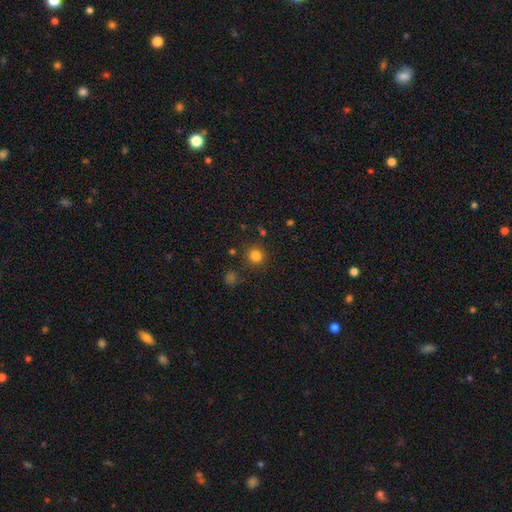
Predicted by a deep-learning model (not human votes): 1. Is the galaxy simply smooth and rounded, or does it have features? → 82% smooth, 14% star or artifact, 5% featured or disk.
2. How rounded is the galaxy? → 91% round, 8% in between, 1% cigar-shaped.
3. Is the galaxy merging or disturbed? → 86% none, 8% minor disturbance, 3% merger, 3% major disturbance.